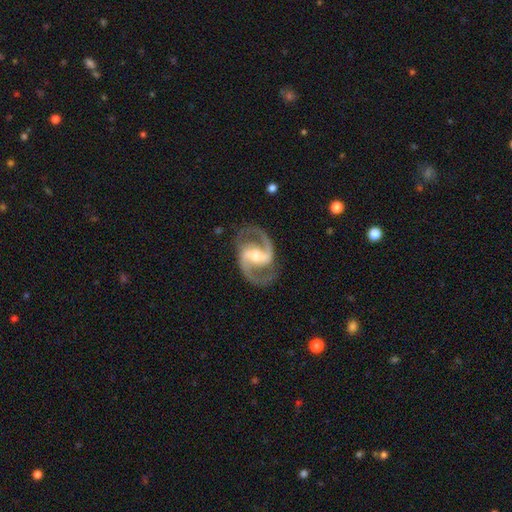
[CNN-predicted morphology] featured or disk 93%, star or artifact 4%, smooth 3%. Down the decision tree: edge-on disk — no (98%); bar — strong (48%); spiral arms — yes (98%); spiral arm count — 2 (94%); spiral winding — medium (65%); bulge size — moderate (56%); merging — none (84%).